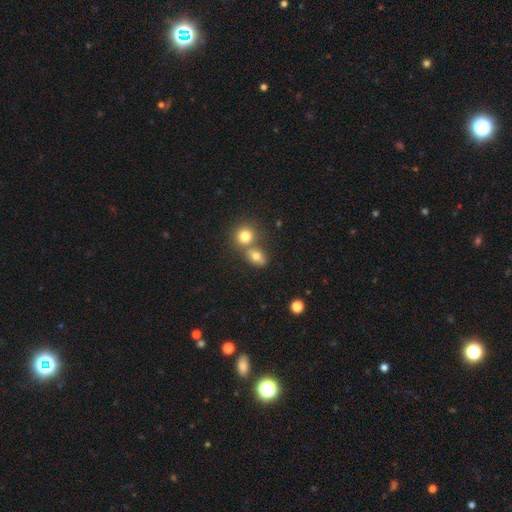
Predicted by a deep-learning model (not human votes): Smooth or featured? Predicted: smooth (p=0.72). How rounded? Predicted: round (p=0.49, tied with in between). Merging? Predicted: merger (p=0.47).